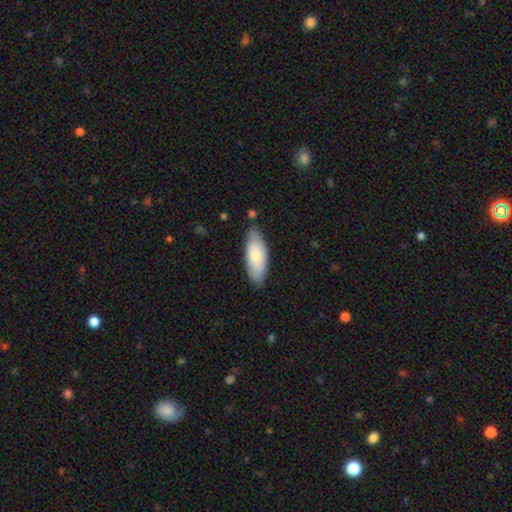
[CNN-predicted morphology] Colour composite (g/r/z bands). It shows a smooth galaxy with no disk features (71%) that is in between round and cigar-shaped (76%). Merging: none (78%).